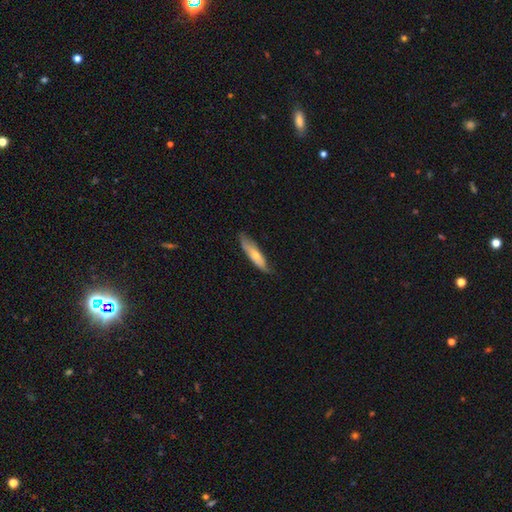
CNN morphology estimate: type=smooth (60%); roundness=cigar-shaped (65%); merging=none (70%).